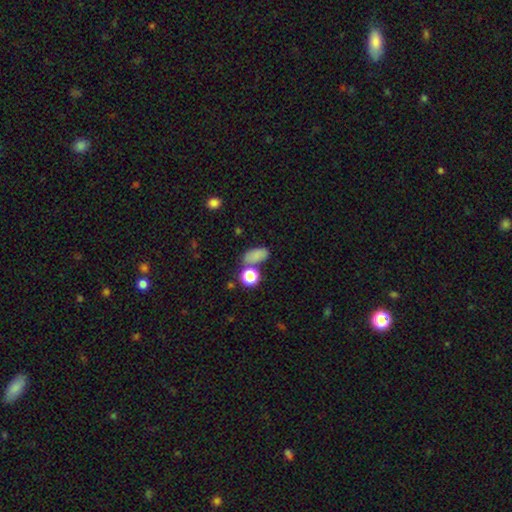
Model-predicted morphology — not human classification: The model was most divided on "merging": none: 60%, merger: 19%, minor disturbance: 15%, major disturbance: 6%. More confident: how rounded — in between (82%); smooth or featured — smooth (79%).